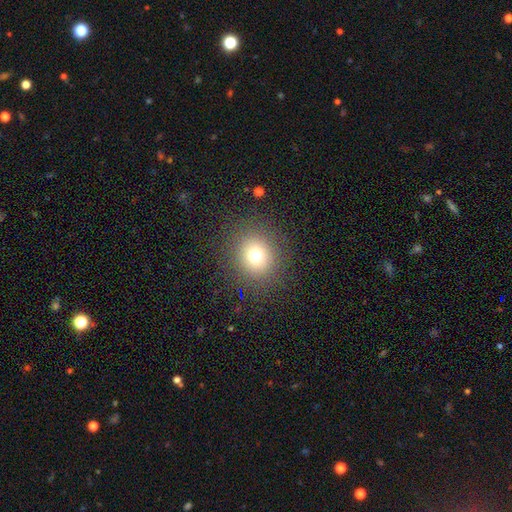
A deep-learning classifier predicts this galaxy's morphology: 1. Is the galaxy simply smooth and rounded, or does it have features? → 72% smooth, 18% star or artifact, 11% featured or disk.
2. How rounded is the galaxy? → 88% round, 11% in between, 1% cigar-shaped.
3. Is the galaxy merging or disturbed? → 87% none, 7% minor disturbance, 4% major disturbance, 1% merger.